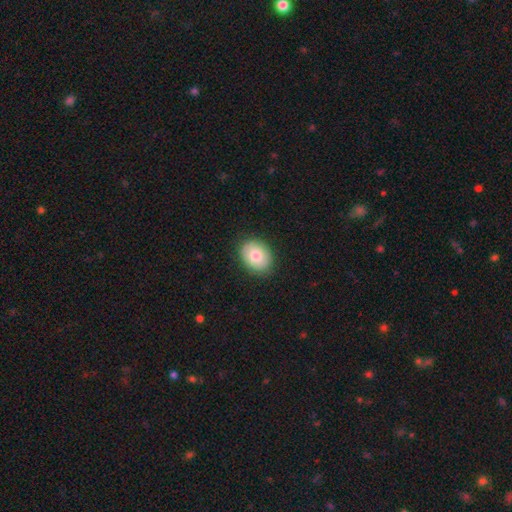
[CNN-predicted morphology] Smooth or featured? smooth (82%)
How rounded? in between (63%)
Merging? none (88%)